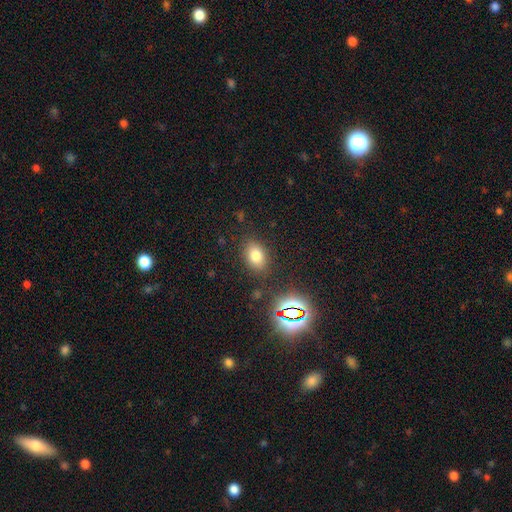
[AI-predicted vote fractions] Overall: smooth (75%). How rounded: in between (77%). Merging: none (83%).